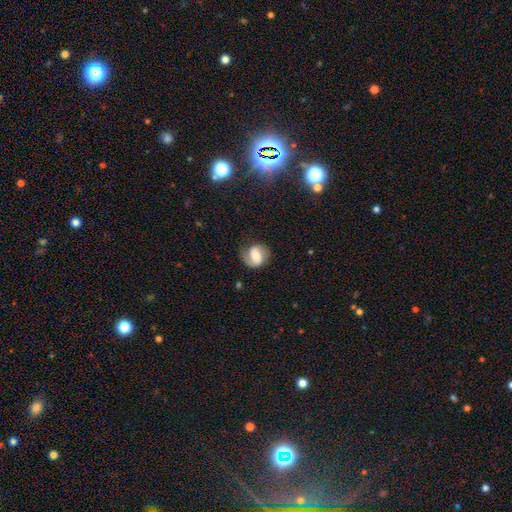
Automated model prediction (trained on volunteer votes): The model was most divided on "bar": weak: 43%, no: 39%, strong: 18%. Remaining: edge-on disk — no (98%); spiral arms — yes (92%); spiral arm count — 2 (76%); merging — none (71%); smooth or featured — featured or disk (62%); spiral winding — medium (45%); bulge size — moderate (42%).